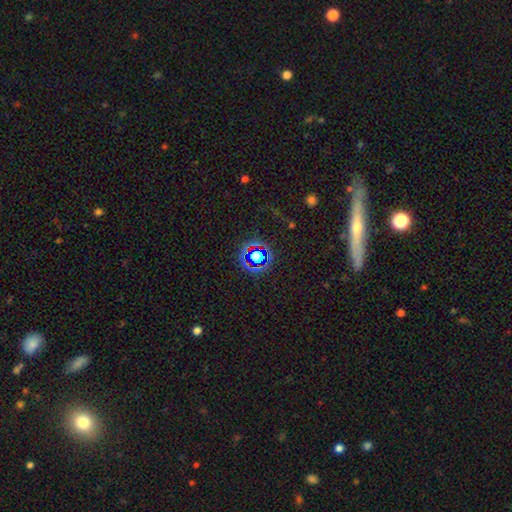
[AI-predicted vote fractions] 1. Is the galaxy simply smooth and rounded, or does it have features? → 69% star or artifact, 20% smooth, 11% featured or disk.